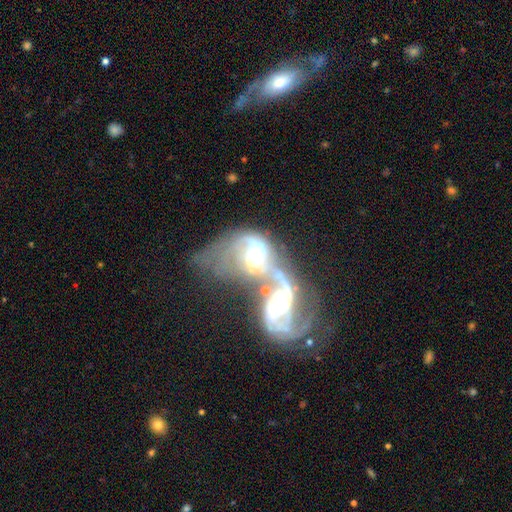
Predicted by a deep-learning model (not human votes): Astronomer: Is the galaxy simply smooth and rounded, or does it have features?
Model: featured or disk — 73%.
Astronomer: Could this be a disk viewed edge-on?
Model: no — 95%.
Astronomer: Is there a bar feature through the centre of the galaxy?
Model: no — 44% (runner-up: weak, 32%).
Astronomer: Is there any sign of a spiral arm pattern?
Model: yes — 76%.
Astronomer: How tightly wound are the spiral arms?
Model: loose — 50% (runner-up: medium, 31%).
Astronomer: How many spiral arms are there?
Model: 2 — 44% (runner-up: 1, 27%).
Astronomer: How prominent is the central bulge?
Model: moderate — 39% (runner-up: large, 37%).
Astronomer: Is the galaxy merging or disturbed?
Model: merger — 77%.